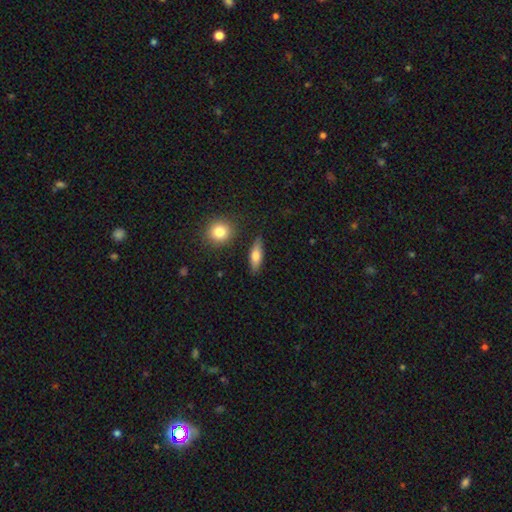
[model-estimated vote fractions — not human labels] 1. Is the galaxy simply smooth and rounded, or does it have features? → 71% smooth, 22% featured or disk, 7% star or artifact.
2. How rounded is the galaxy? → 58% in between, 37% cigar-shaped, 5% round.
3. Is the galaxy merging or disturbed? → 83% none, 12% minor disturbance, 3% merger, 3% major disturbance.